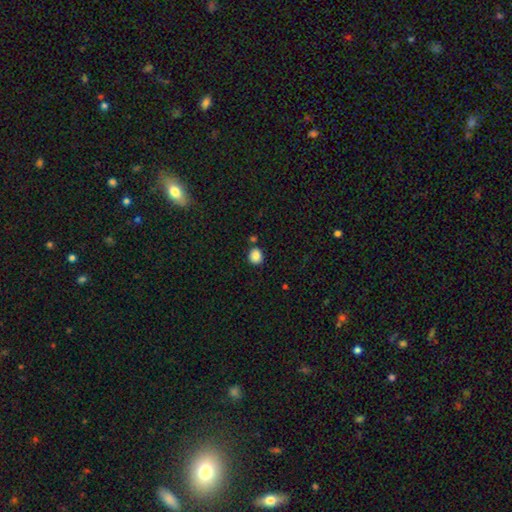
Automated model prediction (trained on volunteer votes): Smooth or featured?
  - smooth: 87% *
  - star or artifact: 10%
  - featured or disk: 3%
How rounded?
  - round: 72% *
  - in between: 27%
  - cigar-shaped: 1%
Merging?
  - none: 79% *
  - minor disturbance: 11%
  - merger: 7%
  - major disturbance: 3%